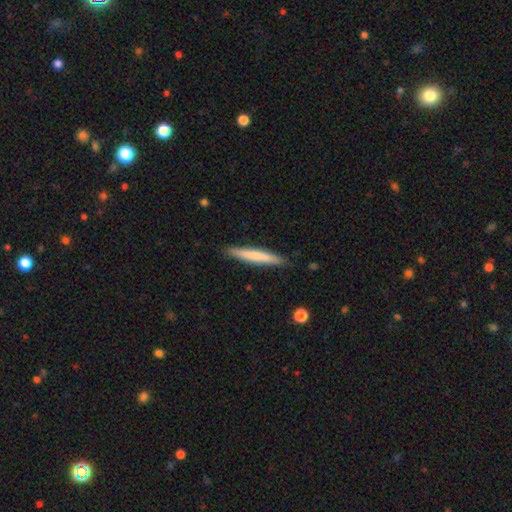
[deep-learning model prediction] Smooth or featured? smooth (71%)
How rounded? cigar-shaped (95%)
Merging? none (90%)